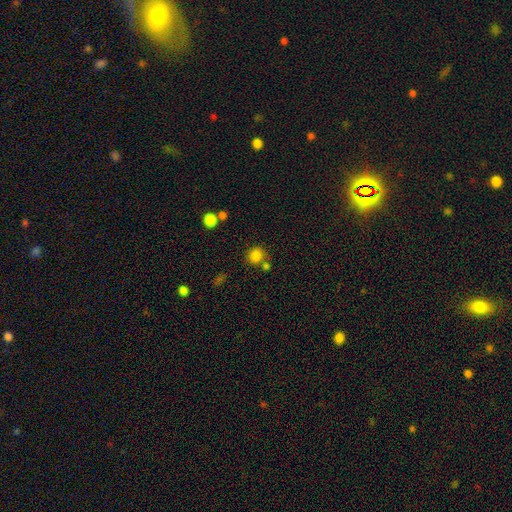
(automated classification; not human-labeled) A smooth galaxy with no disk features (83%) that is round (86%).

Vote fractions:
- Smooth or featured? smooth: 83% / star or artifact: 11% / featured or disk: 6%
- How rounded? round: 86% / in between: 13% / cigar-shaped: 1%
- Merging? none: 68% / merger: 16% / minor disturbance: 11% / major disturbance: 4%